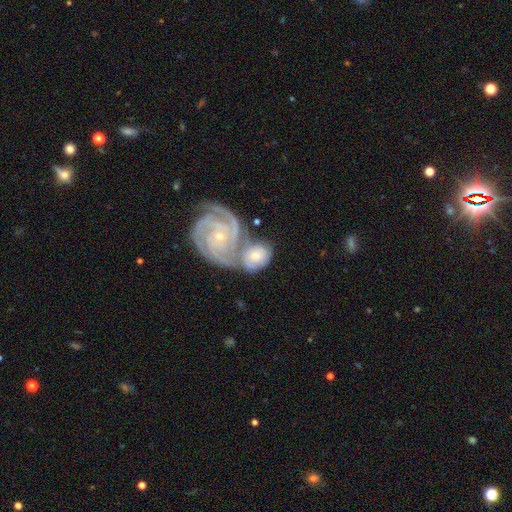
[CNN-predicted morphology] The model was most divided on "spiral arm count": 3: 41%, 2: 18%, can't tell: 16%, 4: 15%, more than 4: 5%, 1: 5%. More confident: edge-on disk — no (97%); spiral arms — yes (95%); bar — no (75%); bulge size — small (72%); smooth or featured — featured or disk (71%); spiral winding — tight (70%); merging — merger (55%).